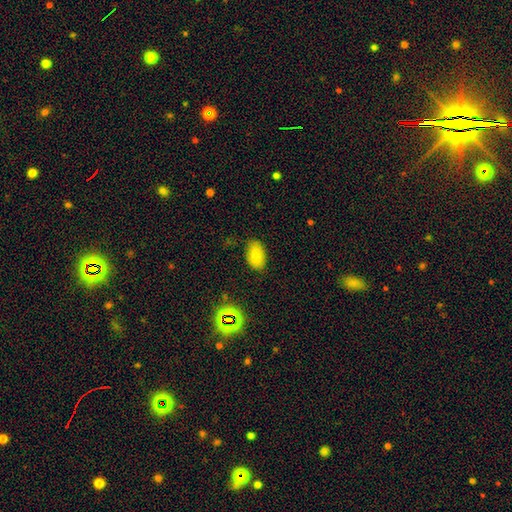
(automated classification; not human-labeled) Smooth or featured: smooth — 76% (star or artifact — 13%)
How rounded: in between — 91% (round — 8%)
Merging: none — 81% (minor disturbance — 14%)